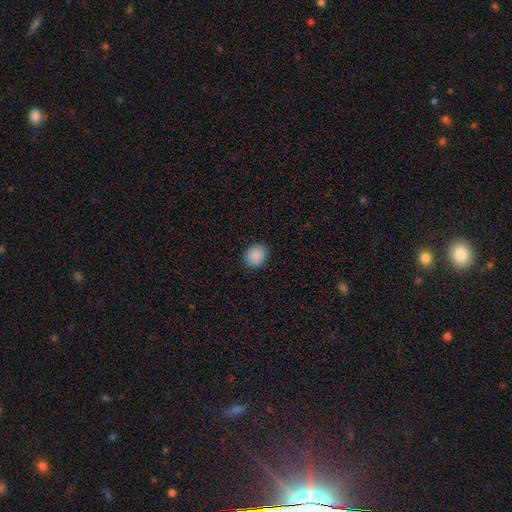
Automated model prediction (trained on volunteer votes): This appears to be a smooth galaxy with no disk features (90%) that is round (60%). Merging: none (89%).